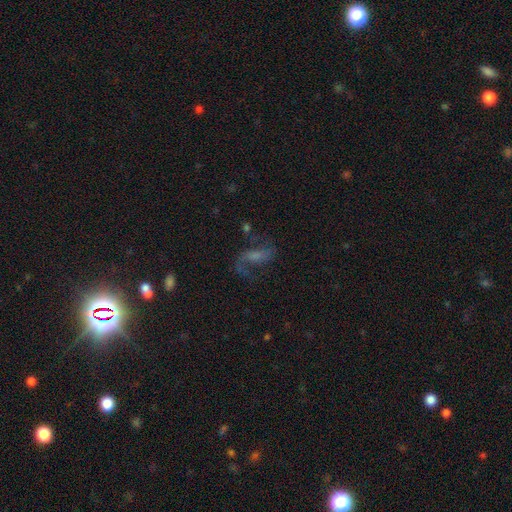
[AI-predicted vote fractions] smooth-or-featured: featured or disk: 73% | star or artifact: 14% | smooth: 14%
  disk-edge-on: no: 95% | yes: 5%
    bar: weak: 43% | no: 30% | strong: 27%
    has-spiral-arms: yes: 92% | no: 8%
      spiral-winding: loose: 59% | medium: 34% | tight: 8%
      spiral-arm-count: 2: 85% | 1: 8% | can't tell: 4% | 3: 1% | 4: 1% | more than 4: 1%
    bulge-size: small: 37% | none: 27% | moderate: 27% | large: 7% | dominant: 2%
  merging: none: 64% | major disturbance: 17% | minor disturbance: 15% | merger: 3%